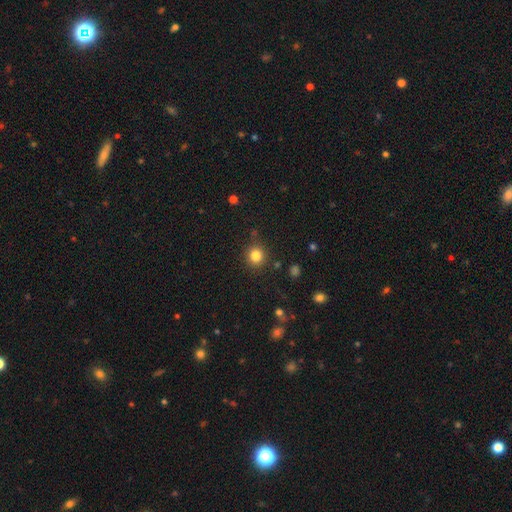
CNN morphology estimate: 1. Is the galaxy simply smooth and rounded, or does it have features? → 83% smooth, 12% star or artifact, 5% featured or disk.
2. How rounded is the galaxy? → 90% round, 9% in between, 1% cigar-shaped.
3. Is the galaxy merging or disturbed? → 87% none, 8% minor disturbance, 3% major disturbance, 2% merger.